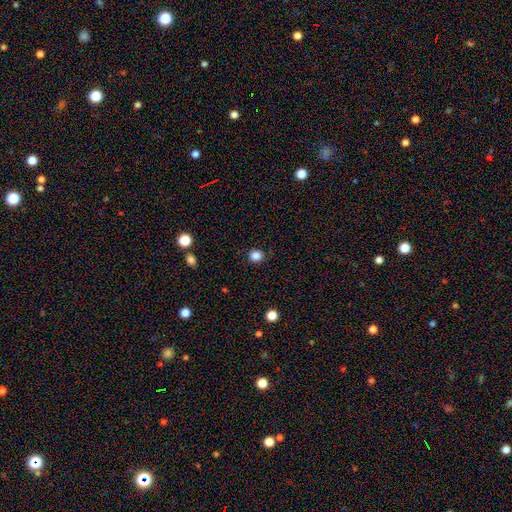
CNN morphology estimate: A smooth galaxy with no disk features (84%) that is round (86%). Merging: none (87%).